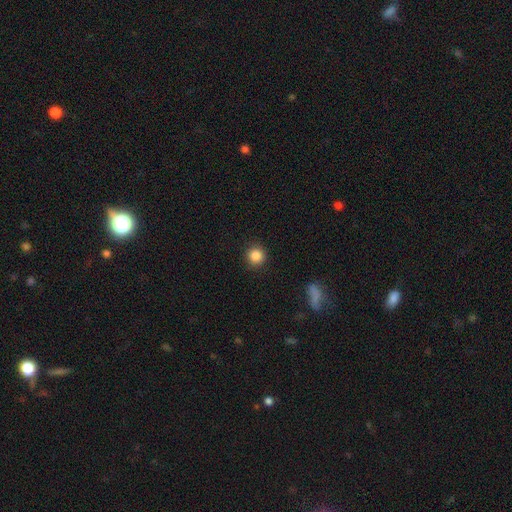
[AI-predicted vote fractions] This appears to be a smooth galaxy with no disk features (86%) that is round (94%). Merging: none (91%).